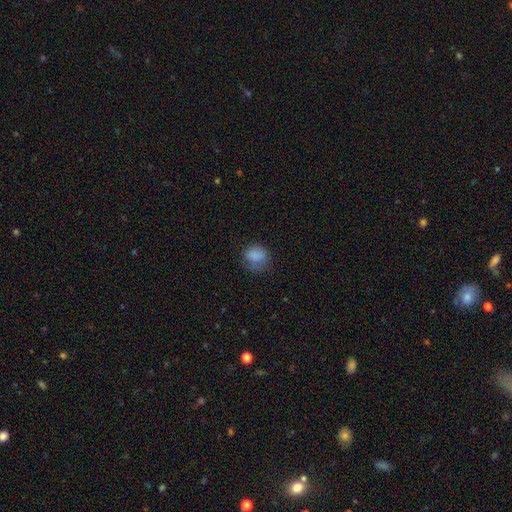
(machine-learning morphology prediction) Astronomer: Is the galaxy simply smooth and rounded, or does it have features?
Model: smooth — 82%.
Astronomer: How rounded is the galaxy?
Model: round — 64%.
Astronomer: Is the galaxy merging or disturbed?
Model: none — 60%.